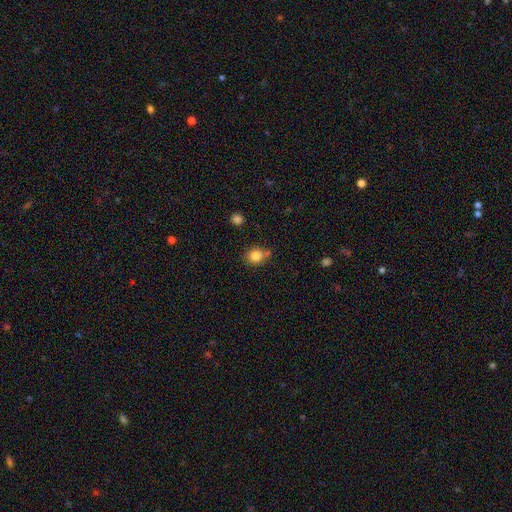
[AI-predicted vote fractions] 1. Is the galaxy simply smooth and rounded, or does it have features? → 83% smooth, 10% star or artifact, 7% featured or disk.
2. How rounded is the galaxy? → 72% round, 27% in between, 1% cigar-shaped.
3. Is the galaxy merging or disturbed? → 68% none, 17% minor disturbance, 12% merger, 4% major disturbance.